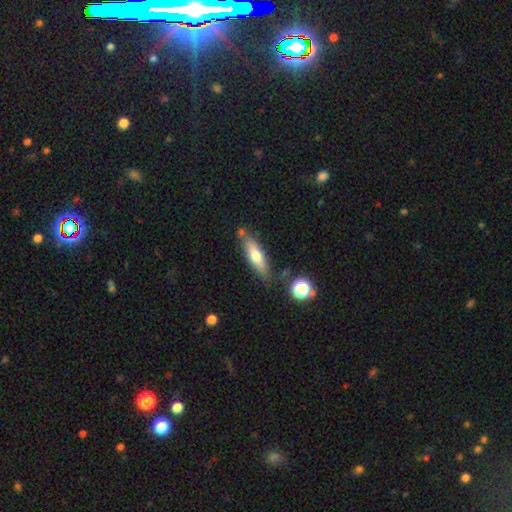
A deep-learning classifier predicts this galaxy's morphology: Smooth or featured? Predicted: smooth (p=0.59). How rounded? Predicted: cigar-shaped (p=0.64). Merging? Predicted: none (p=0.74).